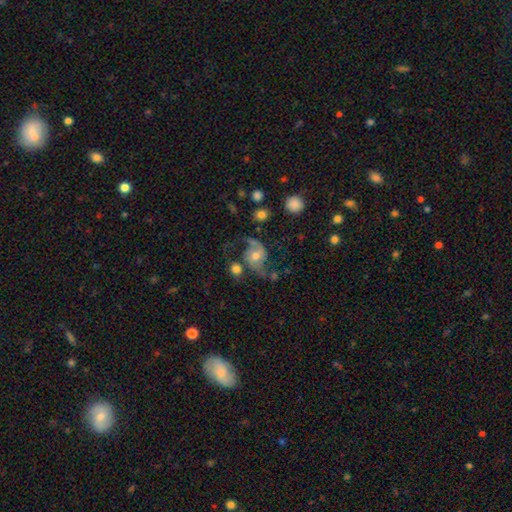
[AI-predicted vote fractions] Overall: featured or disk (77%). Edge-on disk: no (97%). Bar: no (62%; weak 30%). Spiral arms: yes (93%). Spiral arm count: 2 (89%). Spiral winding: loose (56%; medium 35%). Bulge size: moderate (67%). Merging: none (56%; minor disturbance 19%).